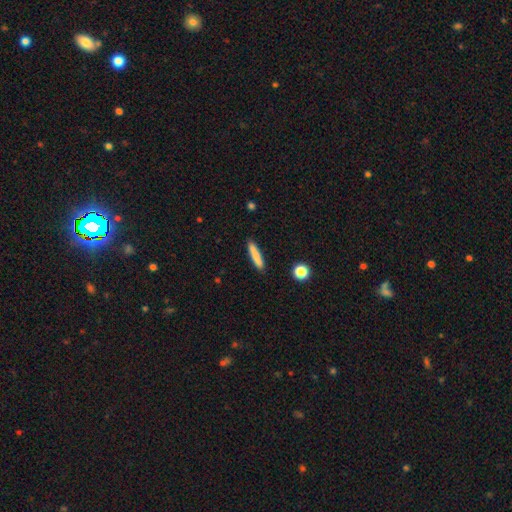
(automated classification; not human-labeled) smooth-or-featured: smooth: 78% | featured or disk: 15% | star or artifact: 7%
  how-rounded: cigar-shaped: 90% | in between: 9% | round: 2%
  merging: none: 89% | minor disturbance: 7% | major disturbance: 2% | merger: 2%